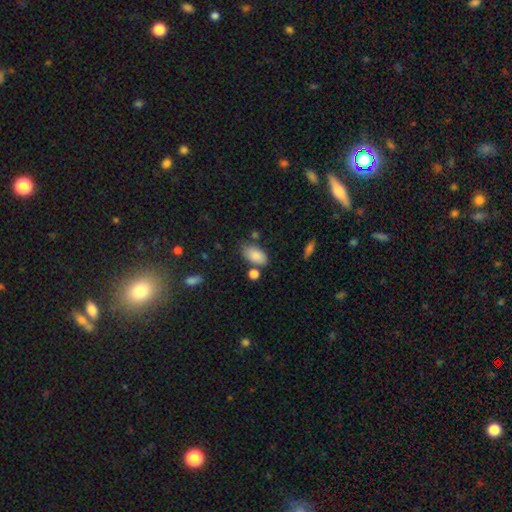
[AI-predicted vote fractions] Smooth or featured?
  - smooth: 85% *
  - featured or disk: 8%
  - star or artifact: 7%
How rounded?
  - in between: 93% *
  - round: 4%
  - cigar-shaped: 3%
Merging?
  - none: 69% *
  - minor disturbance: 17%
  - merger: 11%
  - major disturbance: 4%